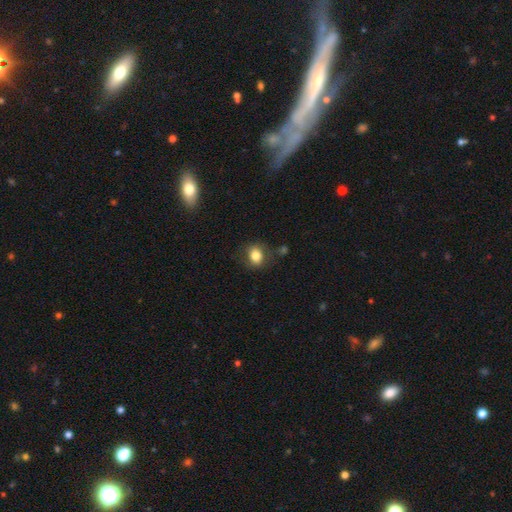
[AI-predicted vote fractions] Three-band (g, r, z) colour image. It shows a smooth galaxy with no disk features (82%) that is in between round and cigar-shaped (52%). Merging: none (77%).